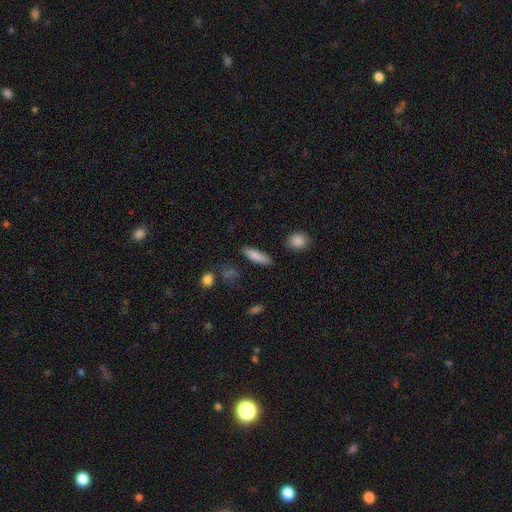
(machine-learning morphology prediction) A smooth galaxy with no disk features (83%) that is cigar-shaped (59%). Merging: none (84%).